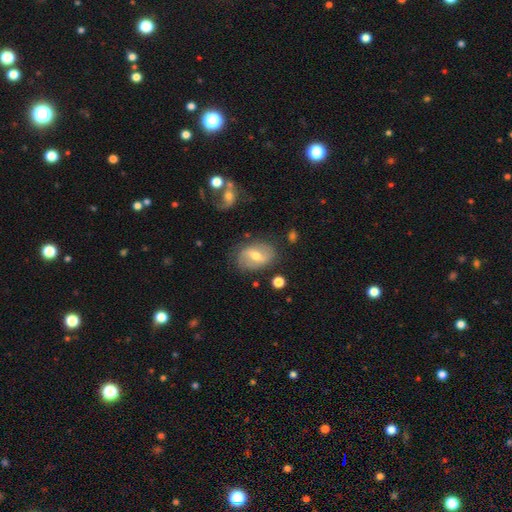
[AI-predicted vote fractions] Smooth or featured? featured or disk (53%)
Edge-on disk? no (92%)
Merging? none (73%)